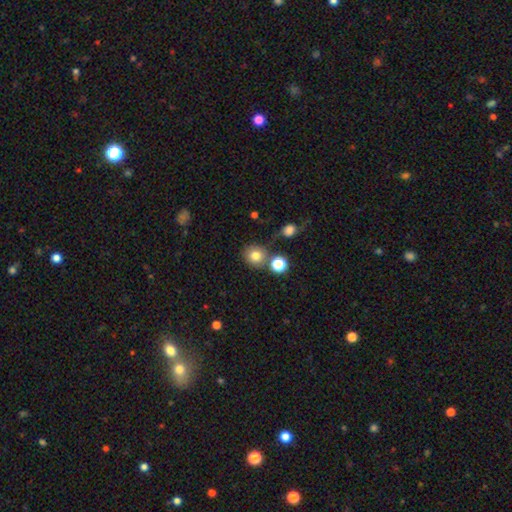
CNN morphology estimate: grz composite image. It shows a smooth galaxy with no disk features (78%) that is round (85%). Merging: none (72%).